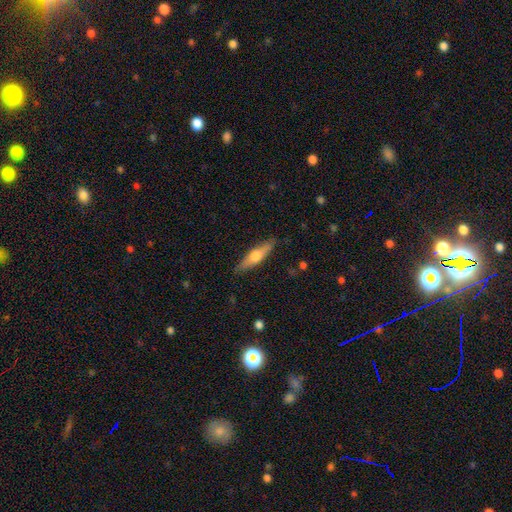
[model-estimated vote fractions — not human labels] Smooth or featured?
  - featured or disk: 51% *
  - smooth: 43%
  - star or artifact: 6%
Edge-on disk?
  - yes: 92% *
  - no: 8%
Merging?
  - none: 87% *
  - minor disturbance: 10%
  - major disturbance: 2%
  - merger: 1%